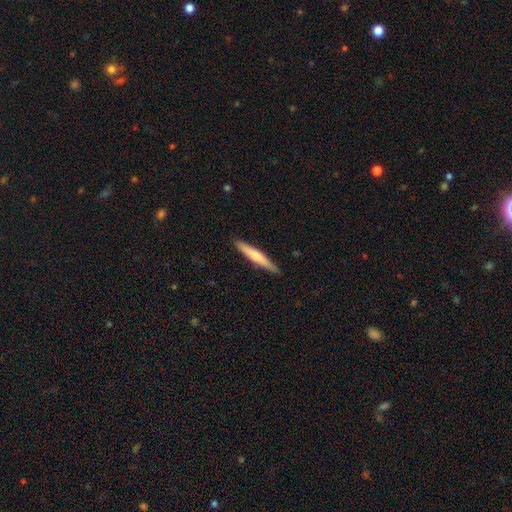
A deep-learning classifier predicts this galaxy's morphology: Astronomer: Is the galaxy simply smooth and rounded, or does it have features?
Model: smooth — 61%.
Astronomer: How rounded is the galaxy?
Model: cigar-shaped — 94%.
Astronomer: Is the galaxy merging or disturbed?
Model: none — 88%.